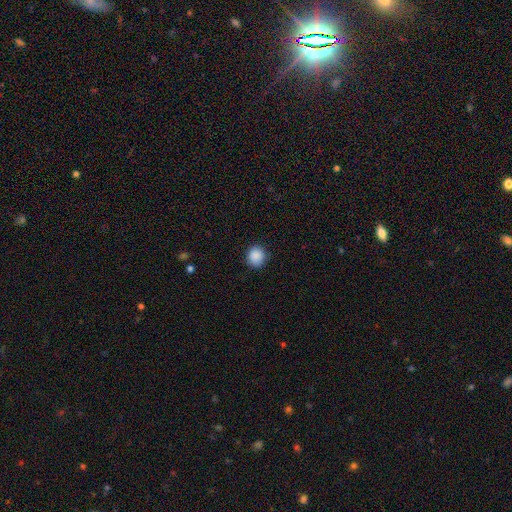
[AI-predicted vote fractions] A smooth galaxy with no disk features (89%) that is round (88%). Merging: none (88%).